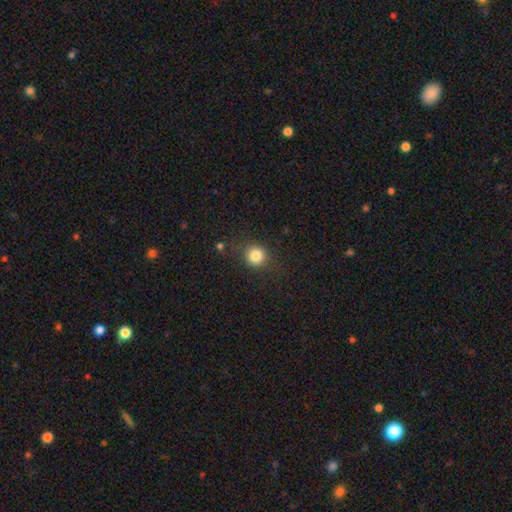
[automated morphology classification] Smooth or featured: smooth — 83% (star or artifact — 11%)
How rounded: round — 90% (in between — 9%)
Merging: none — 83% (minor disturbance — 11%)